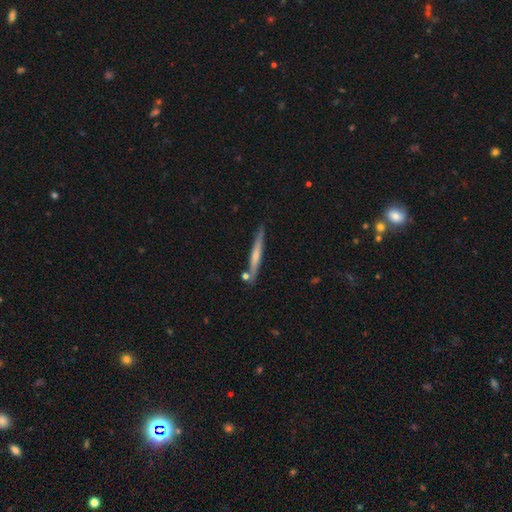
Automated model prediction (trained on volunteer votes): This is possibly a smooth galaxy (48%). Merging: likely none (79%).